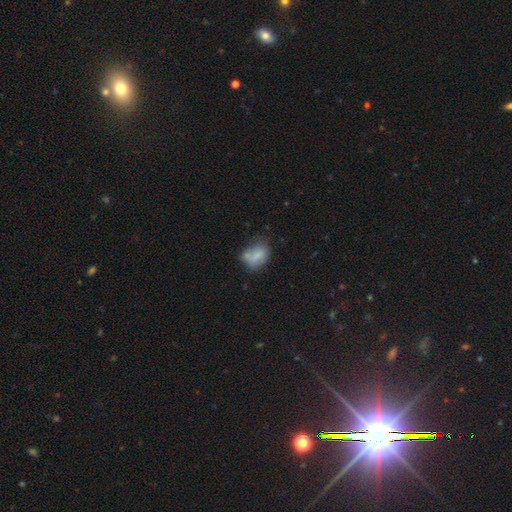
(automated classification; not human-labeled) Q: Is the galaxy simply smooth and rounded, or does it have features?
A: smooth — 74%.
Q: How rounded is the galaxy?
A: in between — 73%.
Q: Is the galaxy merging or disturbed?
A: none — 45%.